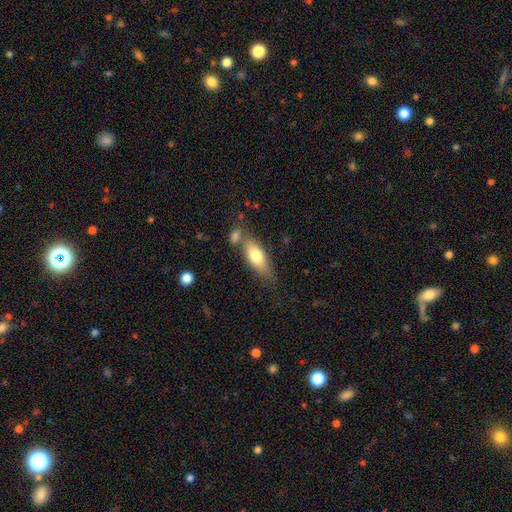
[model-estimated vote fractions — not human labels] Smooth or featured? Predicted: smooth (p=0.71). How rounded? Predicted: in between (p=0.71). Merging? Predicted: none (p=0.58).